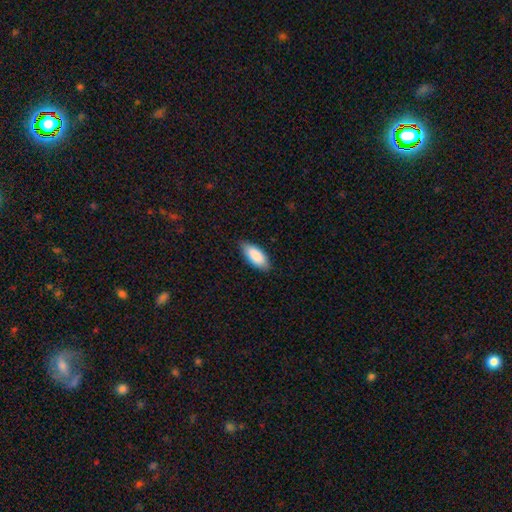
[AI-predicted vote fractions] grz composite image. It shows a smooth galaxy with no disk features (89%) that is in between round and cigar-shaped (88%). Merging: none (81%).